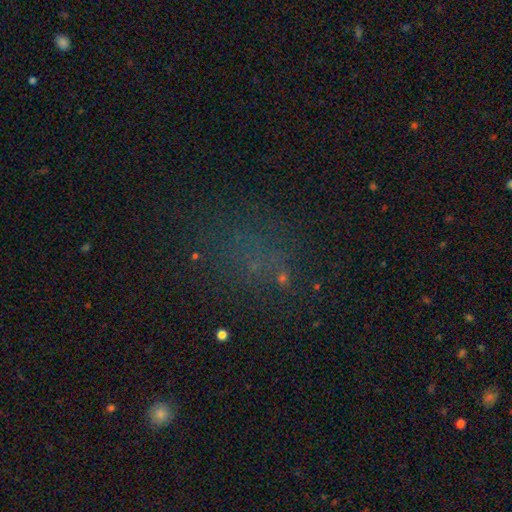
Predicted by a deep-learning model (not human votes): This appears to be a star or artifact, not a galaxy (48%).